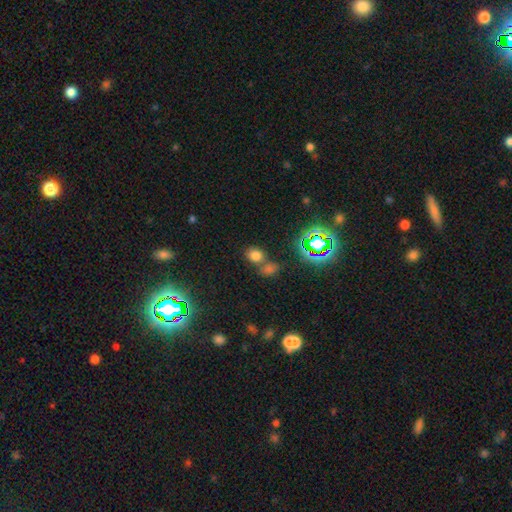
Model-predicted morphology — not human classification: Smooth or featured? smooth (69%)
How rounded? round (52%)
Merging? none (53%)